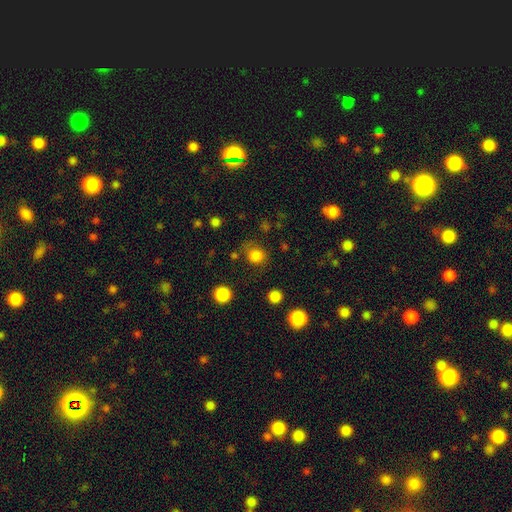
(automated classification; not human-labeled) This is clearly a smooth galaxy (81%). How rounded: likely round (74%). Merging: likely none (69%).